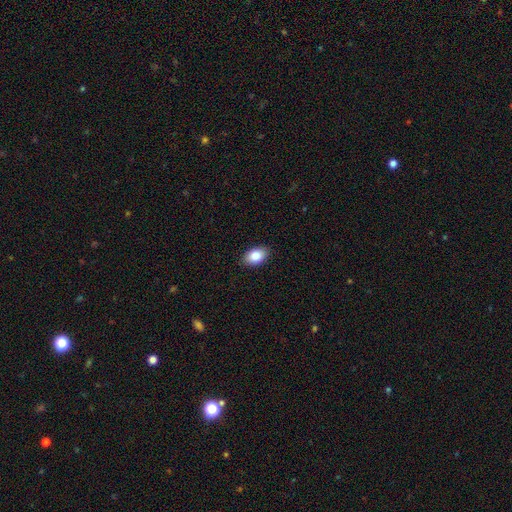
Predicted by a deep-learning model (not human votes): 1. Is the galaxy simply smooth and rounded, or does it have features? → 83% smooth, 9% featured or disk, 7% star or artifact.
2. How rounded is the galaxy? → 89% in between, 9% round, 1% cigar-shaped.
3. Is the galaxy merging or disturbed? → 89% none, 8% minor disturbance, 2% major disturbance, 1% merger.